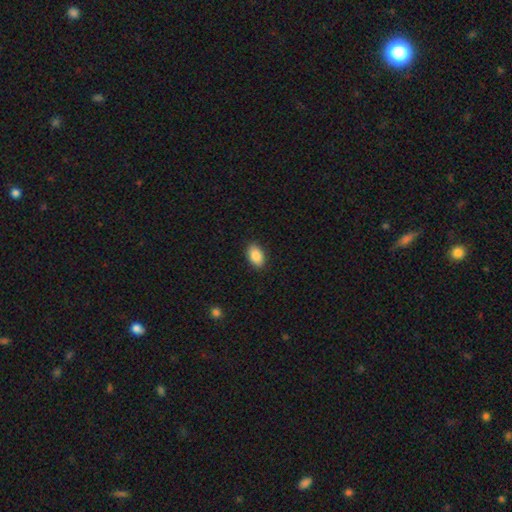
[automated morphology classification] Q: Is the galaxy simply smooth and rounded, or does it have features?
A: smooth — 88%.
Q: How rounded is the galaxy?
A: in between — 91%.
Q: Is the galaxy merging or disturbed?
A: none — 89%.